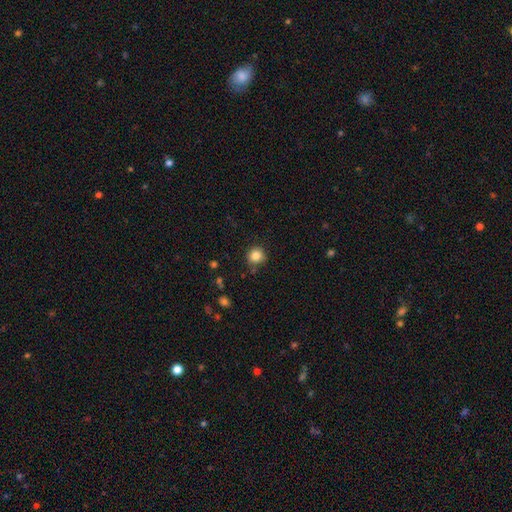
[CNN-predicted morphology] Smooth or featured: smooth — 84% (star or artifact — 11%)
How rounded: round — 89% (in between — 10%)
Merging: none — 81% (minor disturbance — 12%)